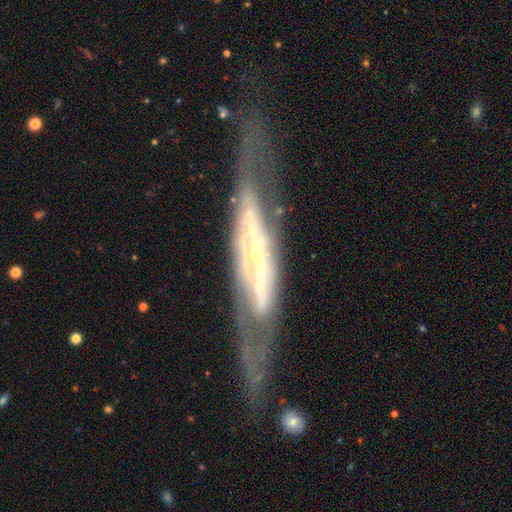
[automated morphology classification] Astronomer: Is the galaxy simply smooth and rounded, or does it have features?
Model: featured or disk — 81%.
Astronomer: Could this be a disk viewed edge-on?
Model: yes — 57% (runner-up: no, 43%).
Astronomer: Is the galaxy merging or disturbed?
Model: none — 65%.